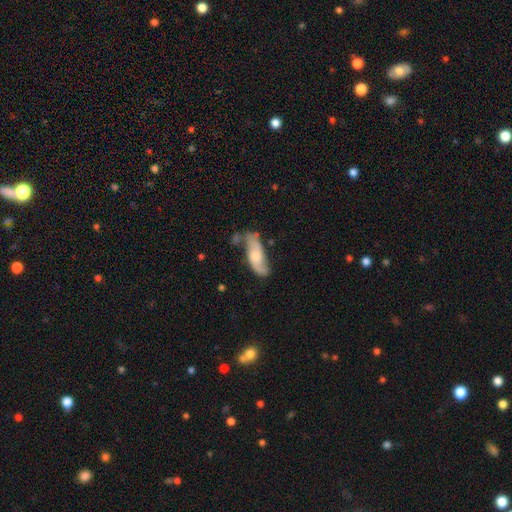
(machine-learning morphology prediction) This appears to be a featured or disk galaxy (54%). Merging: none (54%).